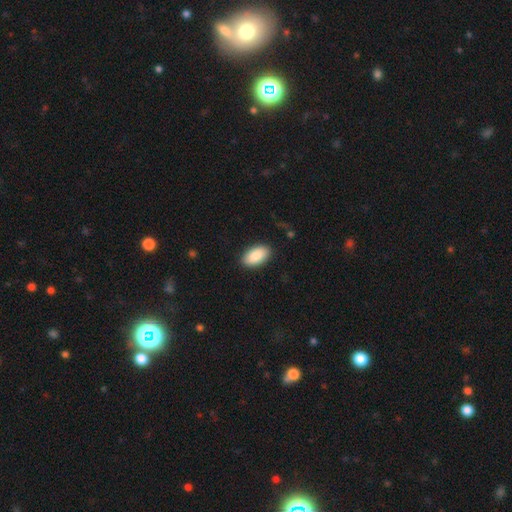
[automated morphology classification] The model was most divided on "merging": none: 89%, minor disturbance: 8%, major disturbance: 2%, merger: 1%. More confident: how rounded — in between (95%); smooth or featured — smooth (90%).